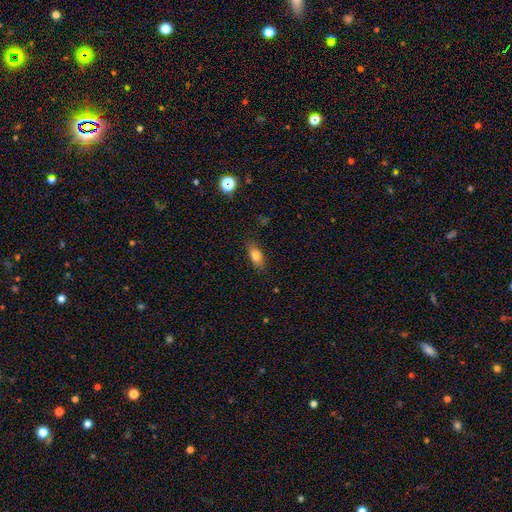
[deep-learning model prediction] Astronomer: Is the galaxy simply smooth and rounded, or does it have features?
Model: smooth — 78%.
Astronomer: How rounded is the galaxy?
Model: in between — 81%.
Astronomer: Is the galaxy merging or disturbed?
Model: none — 84%.